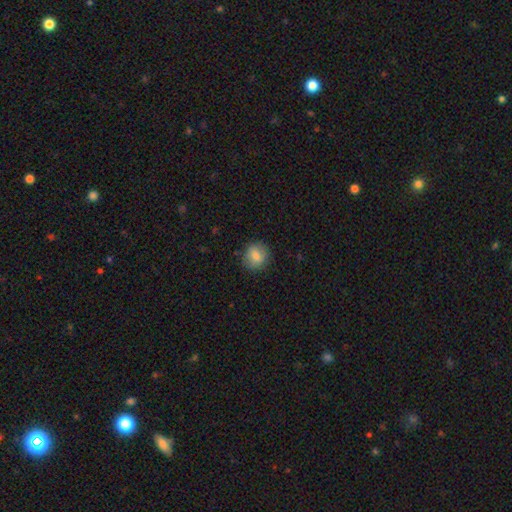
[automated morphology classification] Smooth or featured: smooth — 81% (featured or disk — 10%)
How rounded: round — 81% (in between — 17%)
Merging: none — 85% (minor disturbance — 11%)